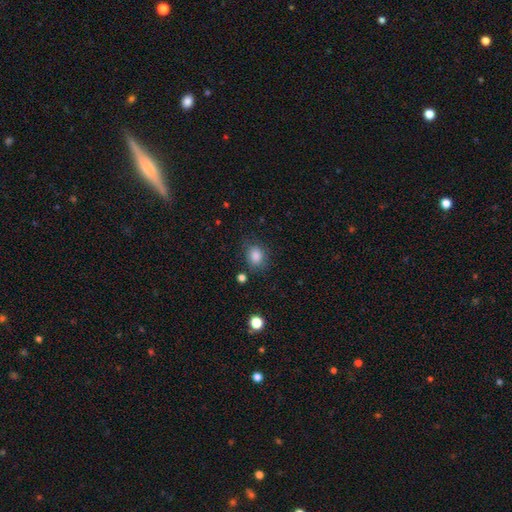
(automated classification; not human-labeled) A smooth galaxy with no disk features (85%) that is round (56%). Merging: none (76%).